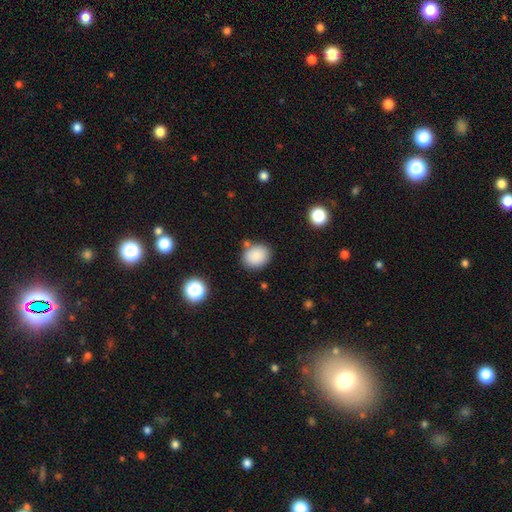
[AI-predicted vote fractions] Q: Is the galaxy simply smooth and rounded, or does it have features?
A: smooth — 87%.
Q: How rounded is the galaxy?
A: round — 54%.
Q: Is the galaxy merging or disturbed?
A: none — 77%.